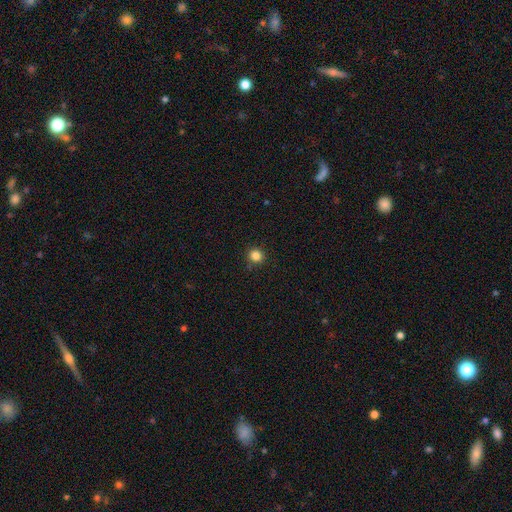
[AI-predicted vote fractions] A smooth galaxy with no disk features (84%) that is round (90%).

Vote fractions:
- Smooth or featured? smooth: 84% / star or artifact: 12% / featured or disk: 4%
- How rounded? round: 90% / in between: 9% / cigar-shaped: 1%
- Merging? none: 88% / minor disturbance: 8% / major disturbance: 2% / merger: 2%